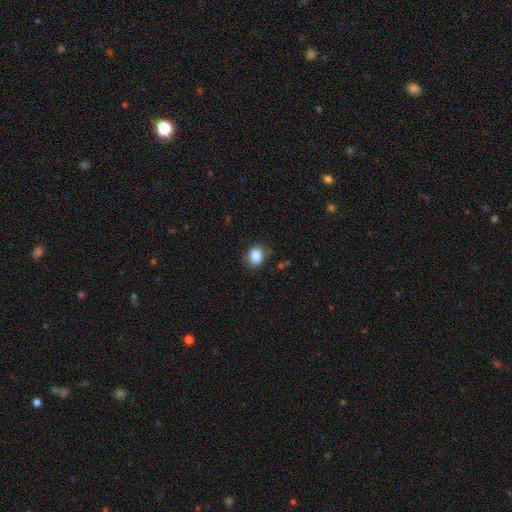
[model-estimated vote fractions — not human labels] This is clearly a smooth galaxy (85%). How rounded: possibly in between (57%). Merging: likely none (77%).